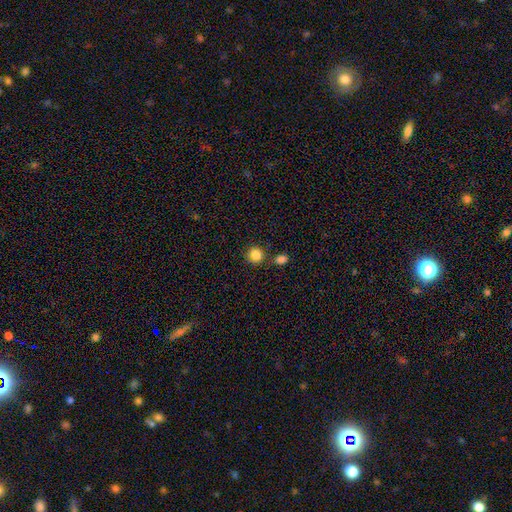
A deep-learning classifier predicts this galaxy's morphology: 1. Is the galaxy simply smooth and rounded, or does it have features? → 85% smooth, 10% star or artifact, 4% featured or disk.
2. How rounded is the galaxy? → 92% round, 7% in between, 1% cigar-shaped.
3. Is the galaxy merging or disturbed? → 79% none, 11% merger, 8% minor disturbance, 3% major disturbance.